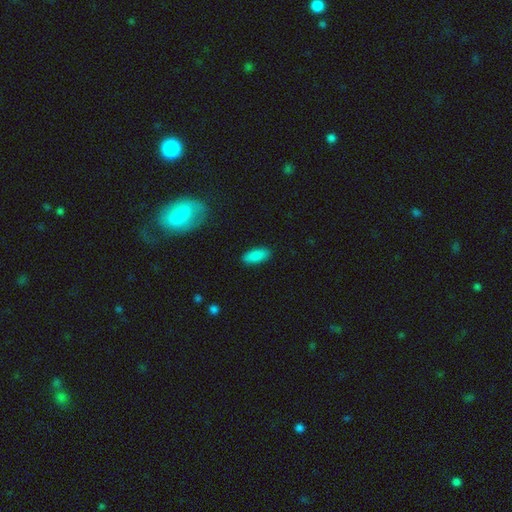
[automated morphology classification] This appears to be a smooth galaxy with no disk features (87%) that is in between round and cigar-shaped (84%). Merging: none (88%).